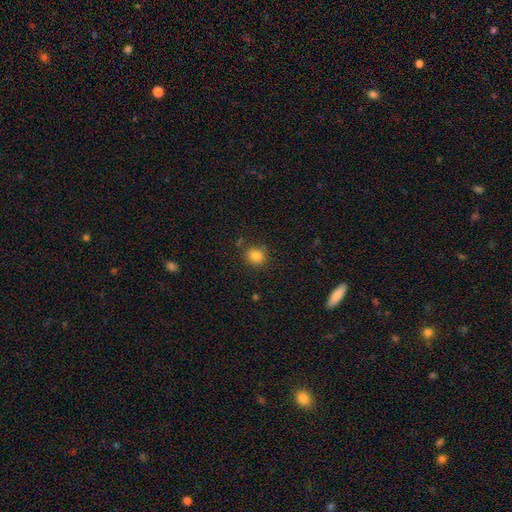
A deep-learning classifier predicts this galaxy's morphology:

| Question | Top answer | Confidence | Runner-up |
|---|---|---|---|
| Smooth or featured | smooth | 83% | star or artifact (12%) |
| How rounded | round | 76% | in between (23%) |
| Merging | none | 82% | minor disturbance (12%) |